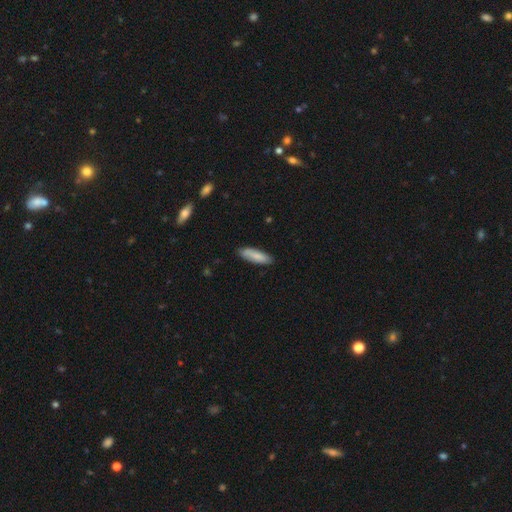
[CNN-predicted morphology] Smooth or featured? smooth (82%)
How rounded? cigar-shaped (54%)
Merging? none (85%)